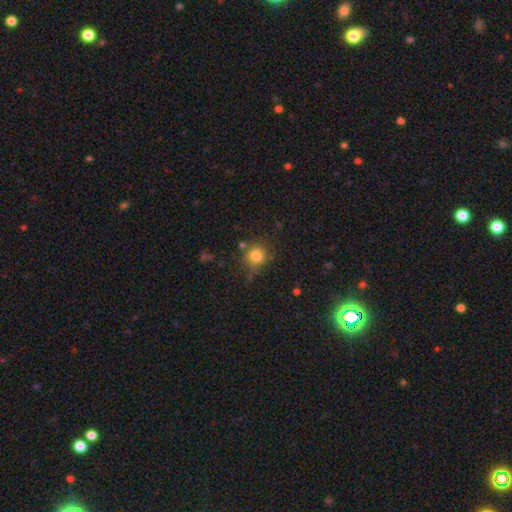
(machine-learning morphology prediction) Smooth or featured? smooth (81%)
How rounded? round (87%)
Merging? none (75%)